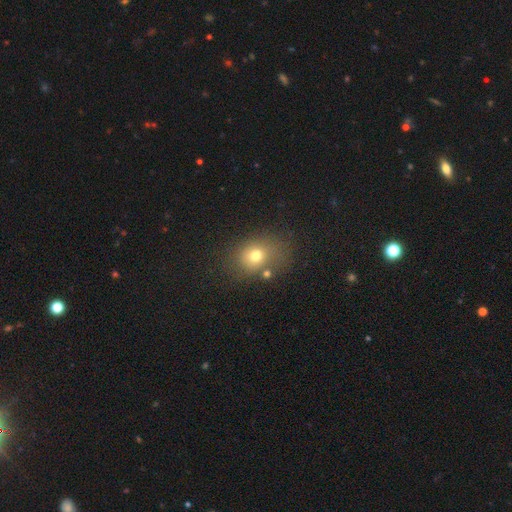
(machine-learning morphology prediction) Q: Smooth or featured?
A: smooth (72%); runner-up: star or artifact (15%)
Q: How rounded?
A: round (50%); runner-up: in between (49%)
Q: Merging?
A: none (66%); runner-up: minor disturbance (17%)